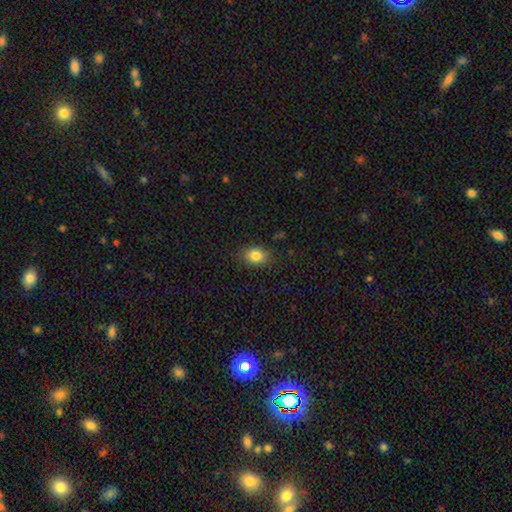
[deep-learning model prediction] Smooth or featured? smooth (84%)
How rounded? in between (71%)
Merging? none (85%)